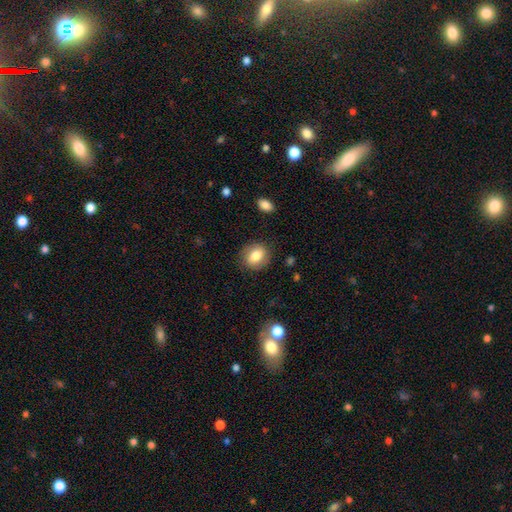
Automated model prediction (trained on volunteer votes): smooth-or-featured: smooth: 79% | featured or disk: 13% | star or artifact: 8%
  how-rounded: round: 56% | in between: 43% | cigar-shaped: 1%
  merging: none: 84% | minor disturbance: 11% | major disturbance: 3% | merger: 1%